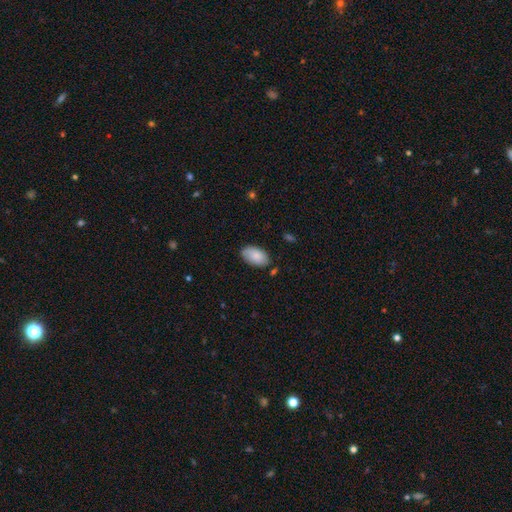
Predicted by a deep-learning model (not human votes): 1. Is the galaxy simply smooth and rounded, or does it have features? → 85% smooth, 9% featured or disk, 6% star or artifact.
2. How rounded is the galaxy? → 95% in between, 4% round, 1% cigar-shaped.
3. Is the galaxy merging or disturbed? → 80% none, 15% minor disturbance, 3% major disturbance, 2% merger.